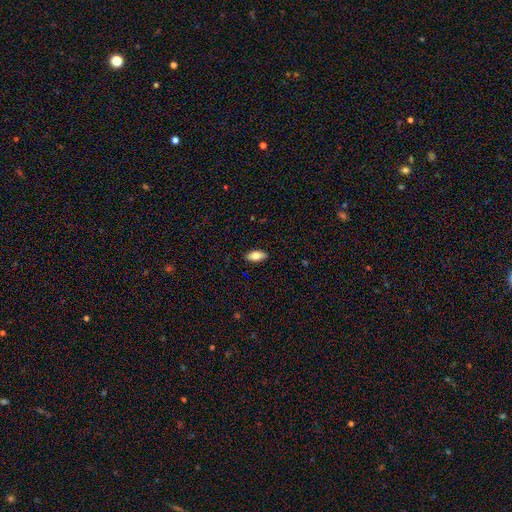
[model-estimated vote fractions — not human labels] A smooth galaxy with no disk features (78%) that is in between round and cigar-shaped (86%). Merging: none (88%).